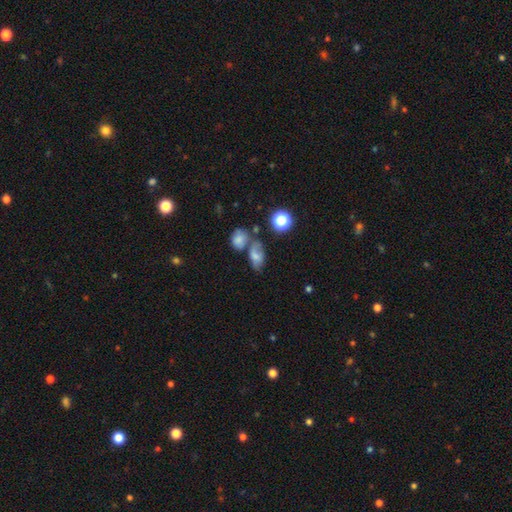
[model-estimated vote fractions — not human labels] A smooth galaxy with no disk features (62%) that is in between round and cigar-shaped (79%).

Vote fractions:
- Smooth or featured? smooth: 62% / featured or disk: 22% / star or artifact: 16%
- How rounded? in between: 79% / round: 17% / cigar-shaped: 4%
- Merging? none: 41% / merger: 32% / minor disturbance: 18% / major disturbance: 9%